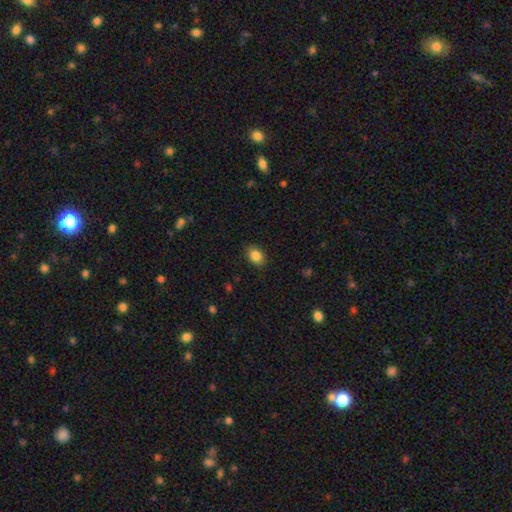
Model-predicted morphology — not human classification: smooth_or_featured: smooth (p=0.86) [alt: star or artifact p=0.09]
how_rounded: in between (p=0.72) [alt: round p=0.27]
merging: none (p=0.87) [alt: minor disturbance p=0.09]